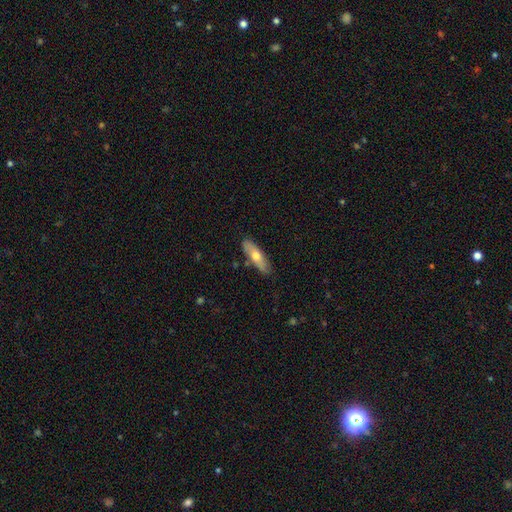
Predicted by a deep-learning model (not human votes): smooth-or-featured: smooth: 59% | featured or disk: 35% | star or artifact: 6%
  how-rounded: in between: 49% | cigar-shaped: 48% | round: 2%
  merging: none: 82% | minor disturbance: 13% | merger: 3% | major disturbance: 2%